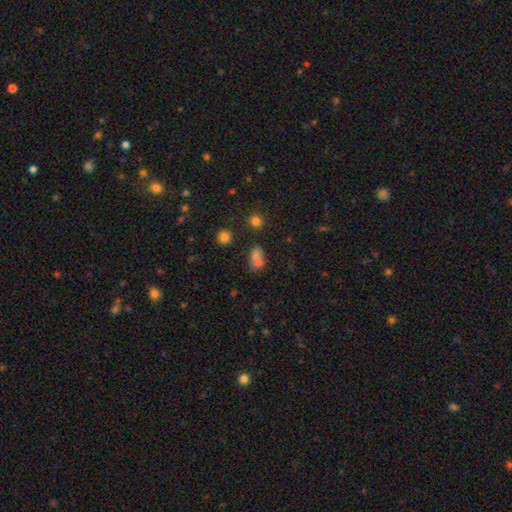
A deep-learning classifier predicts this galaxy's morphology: This appears to be a smooth galaxy with no disk features (69%) that is in between round and cigar-shaped (67%). Merging: none (43%).